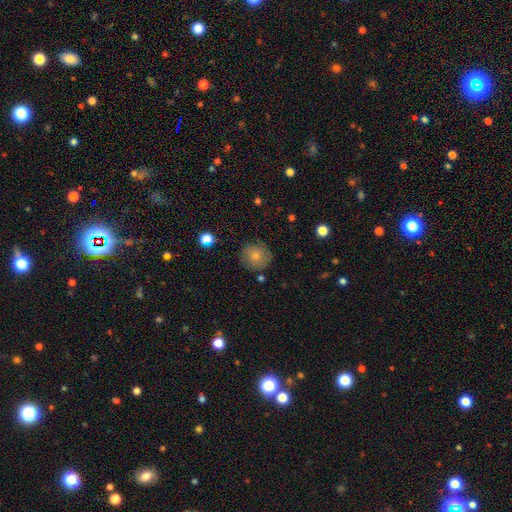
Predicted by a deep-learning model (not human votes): This appears to be a smooth galaxy with no disk features (76%) that is round (90%). Merging: none (81%).